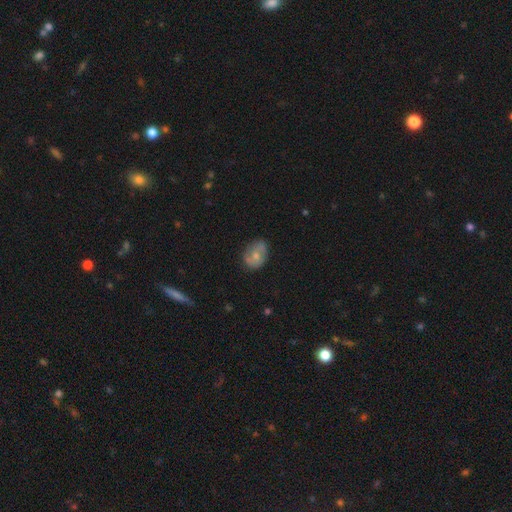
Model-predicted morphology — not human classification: A smooth galaxy with no disk features (59%) that is in between round and cigar-shaped (64%). Merging: none (63%).